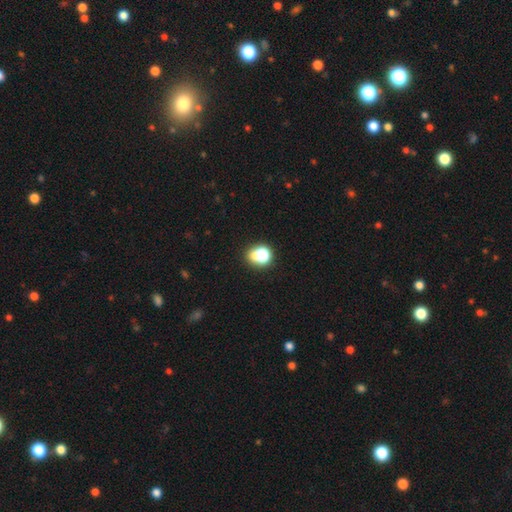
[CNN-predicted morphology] smooth 70%, star or artifact 15%, featured or disk 14%. Down the decision tree: how rounded — round (66%); merging — none (49%).